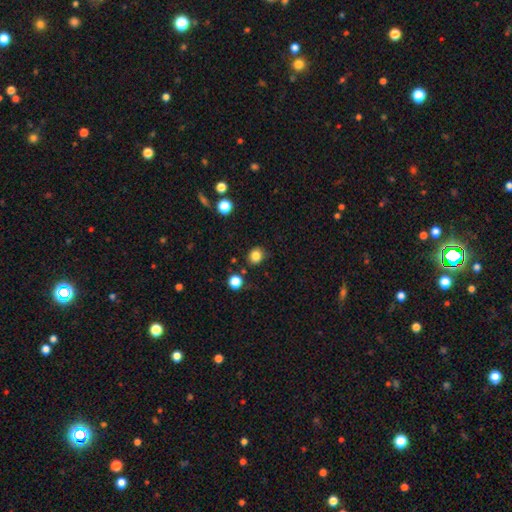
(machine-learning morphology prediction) A smooth galaxy with no disk features (83%) that is round (74%). Merging: none (84%).